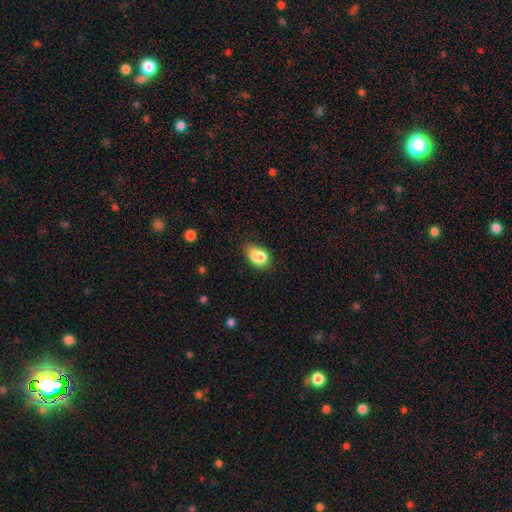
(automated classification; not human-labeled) A smooth galaxy with no disk features (78%) that is in between round and cigar-shaped (72%).

Vote fractions:
- Smooth or featured? smooth: 78% / featured or disk: 12% / star or artifact: 10%
- How rounded? in between: 72% / round: 27% / cigar-shaped: 1%
- Merging? none: 41% / minor disturbance: 29% / merger: 20% / major disturbance: 10%